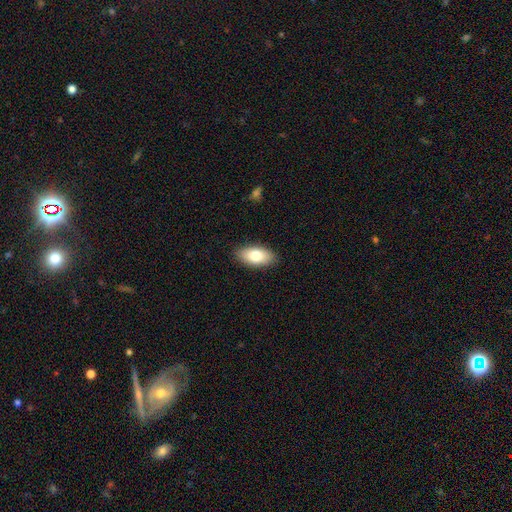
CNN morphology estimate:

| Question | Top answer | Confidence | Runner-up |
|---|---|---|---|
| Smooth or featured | smooth | 79% | featured or disk (14%) |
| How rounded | in between | 91% | cigar-shaped (6%) |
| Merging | none | 88% | minor disturbance (9%) |